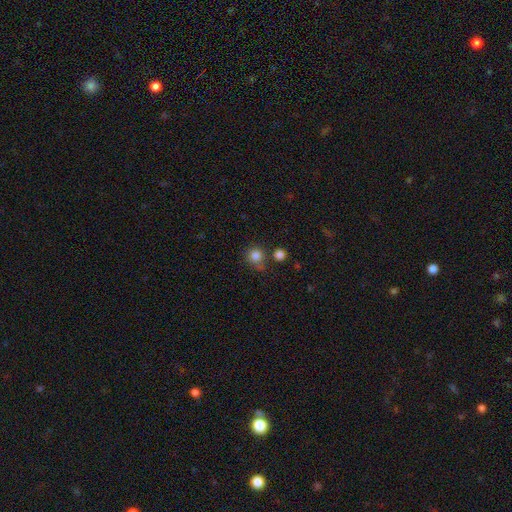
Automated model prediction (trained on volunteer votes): A smooth galaxy with no disk features (83%) that is round (91%).

Vote fractions:
- Smooth or featured? smooth: 83% / star or artifact: 12% / featured or disk: 5%
- How rounded? round: 91% / in between: 8% / cigar-shaped: 1%
- Merging? none: 70% / minor disturbance: 14% / merger: 12% / major disturbance: 4%